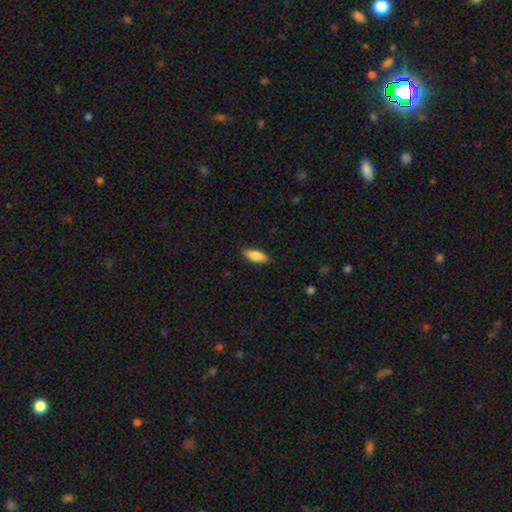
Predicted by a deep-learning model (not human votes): Smooth or featured?
  - smooth: 81% *
  - featured or disk: 13%
  - star or artifact: 6%
How rounded?
  - in between: 71% *
  - cigar-shaped: 27%
  - round: 2%
Merging?
  - none: 87% *
  - minor disturbance: 10%
  - major disturbance: 2%
  - merger: 1%